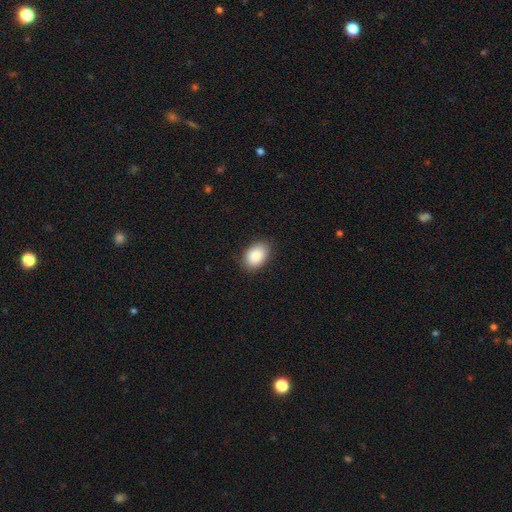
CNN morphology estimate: Q: Smooth or featured?
A: smooth (88%); runner-up: star or artifact (7%)
Q: How rounded?
A: in between (84%); runner-up: round (15%)
Q: Merging?
A: none (86%); runner-up: minor disturbance (11%)